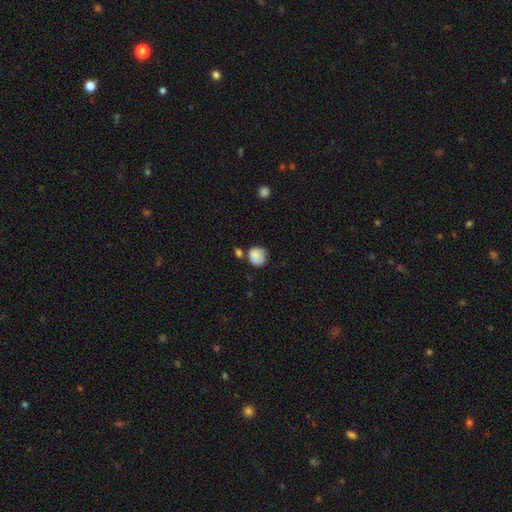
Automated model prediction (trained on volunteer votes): Q: Smooth or featured?
A: smooth (84%); runner-up: star or artifact (8%)
Q: How rounded?
A: round (83%); runner-up: in between (16%)
Q: Merging?
A: none (58%); runner-up: minor disturbance (22%)